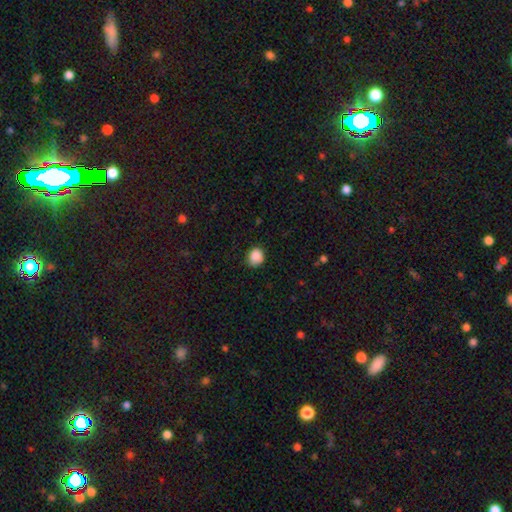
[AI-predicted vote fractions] smooth_or_featured: smooth (p=0.88) [alt: star or artifact p=0.09]
how_rounded: round (p=0.72) [alt: in between p=0.27]
merging: none (p=0.81) [alt: minor disturbance p=0.15]